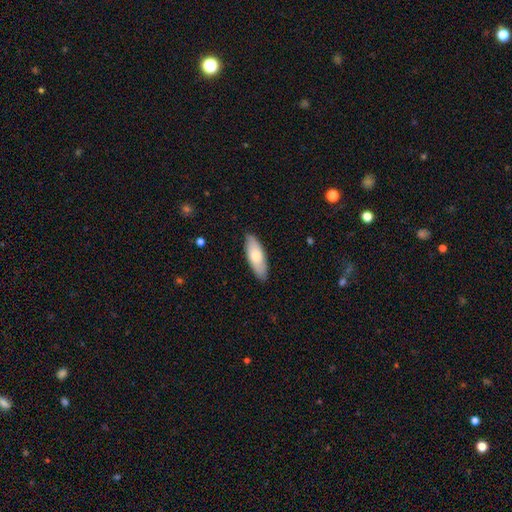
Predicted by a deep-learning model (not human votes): Overall: smooth (71%). How rounded: in between (71%). Merging: none (87%).